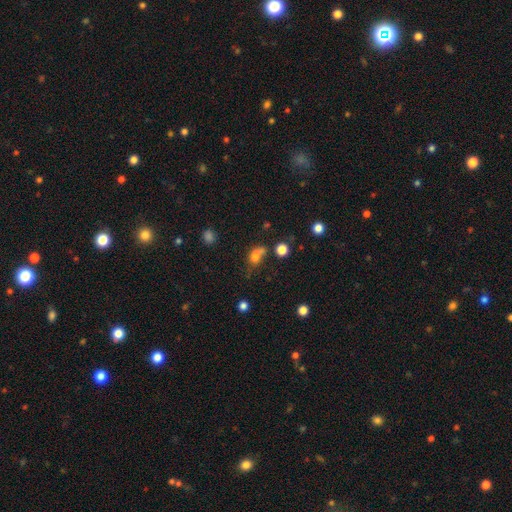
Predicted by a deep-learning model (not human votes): Morphology: type=smooth (70%); roundness=in between (53%); merging=none (33%).